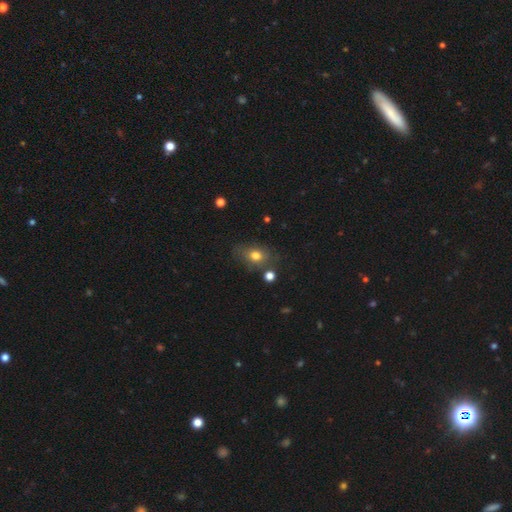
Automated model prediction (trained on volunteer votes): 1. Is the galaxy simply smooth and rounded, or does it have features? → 74% smooth, 15% featured or disk, 11% star or artifact.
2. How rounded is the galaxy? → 64% in between, 34% round, 2% cigar-shaped.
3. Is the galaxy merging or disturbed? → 65% none, 20% minor disturbance, 8% major disturbance, 7% merger.